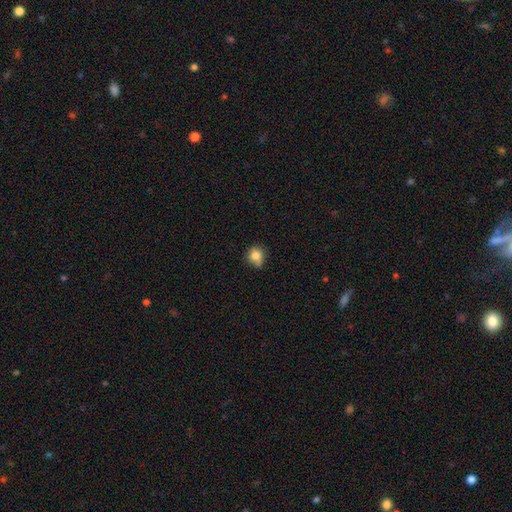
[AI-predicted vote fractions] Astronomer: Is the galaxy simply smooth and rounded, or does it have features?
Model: smooth — 81%.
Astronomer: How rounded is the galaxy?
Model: round — 76%.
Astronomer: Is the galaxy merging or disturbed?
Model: none — 56% (runner-up: minor disturbance, 33%).